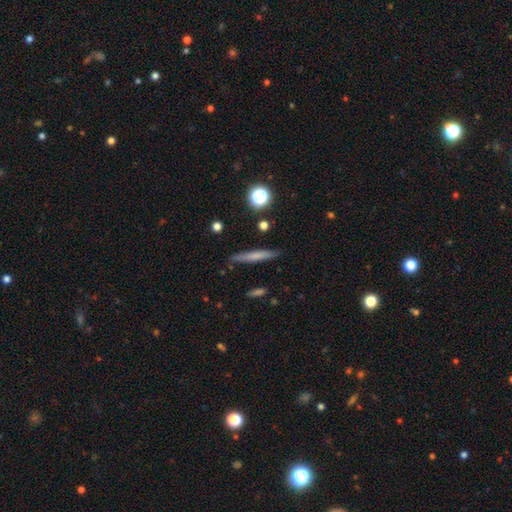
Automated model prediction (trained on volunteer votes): Smooth or featured? smooth (62%)
How rounded? cigar-shaped (93%)
Merging? none (87%)